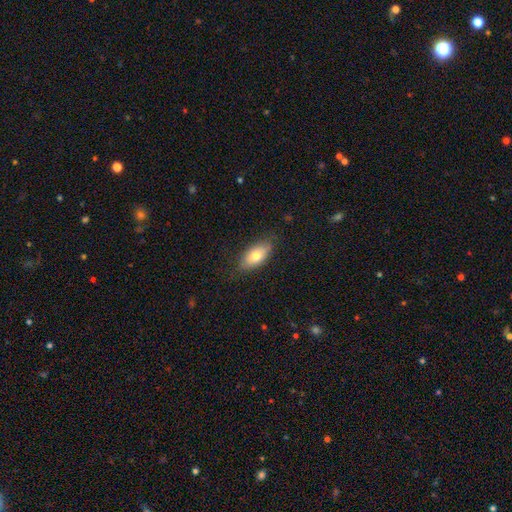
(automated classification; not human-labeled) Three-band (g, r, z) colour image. It shows a smooth galaxy with no disk features (72%) that is in between round and cigar-shaped (89%). Merging: none (81%).